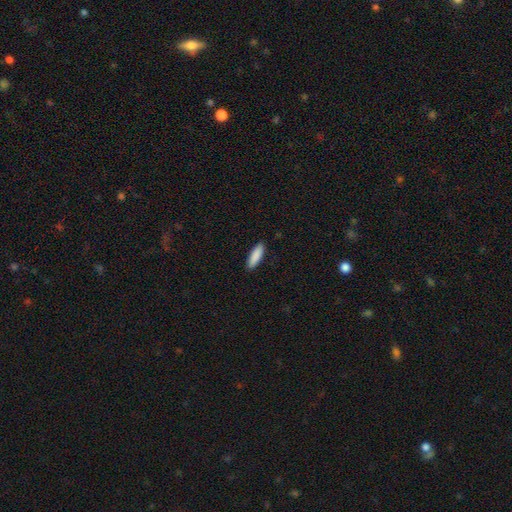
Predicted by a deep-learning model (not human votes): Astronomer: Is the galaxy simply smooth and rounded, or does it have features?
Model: smooth — 89%.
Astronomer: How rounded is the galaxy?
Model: cigar-shaped — 54% (runner-up: in between, 45%).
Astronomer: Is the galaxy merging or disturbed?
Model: none — 89%.